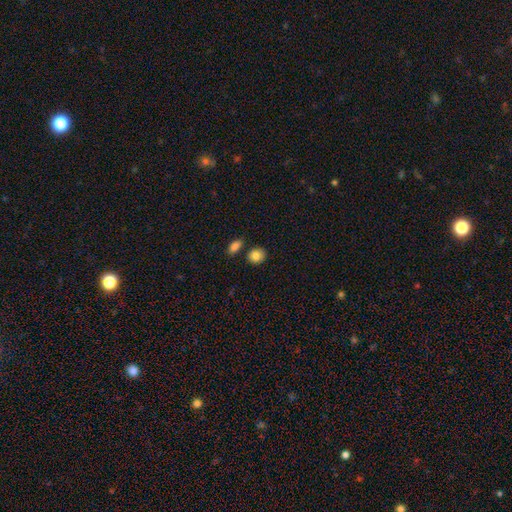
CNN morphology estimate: smooth 85%, star or artifact 9%, featured or disk 6%. Down the decision tree: how rounded — round (65%); merging — none (76%).